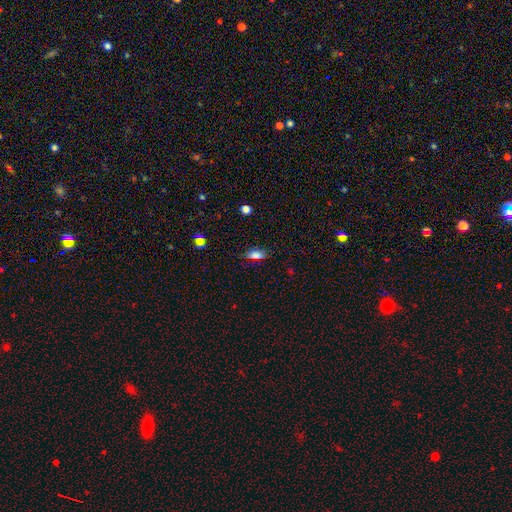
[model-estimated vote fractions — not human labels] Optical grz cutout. It shows a smooth galaxy with no disk features (72%) that is in between round and cigar-shaped (82%). Merging: none (83%).